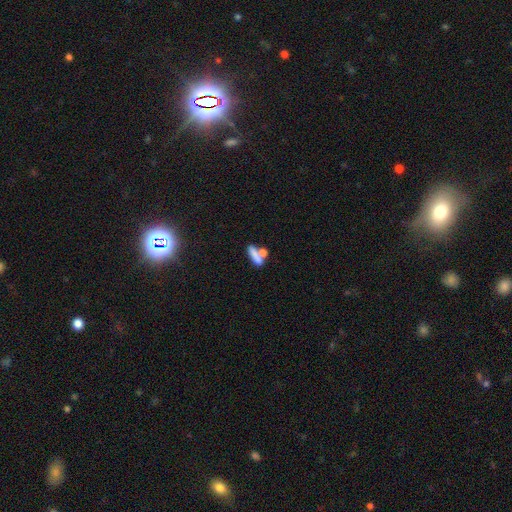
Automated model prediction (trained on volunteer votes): smooth 70%, featured or disk 19%, star or artifact 11%. Down the decision tree: how rounded — in between (46%); merging — merger (42%).